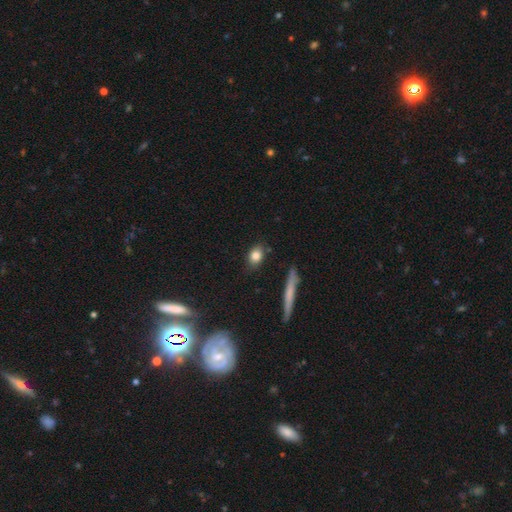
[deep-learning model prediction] A smooth galaxy with no disk features (82%) that is in between round and cigar-shaped (60%).

Vote fractions:
- Smooth or featured? smooth: 82% / featured or disk: 10% / star or artifact: 8%
- How rounded? in between: 60% / round: 32% / cigar-shaped: 8%
- Merging? none: 80% / minor disturbance: 14% / major disturbance: 3% / merger: 3%